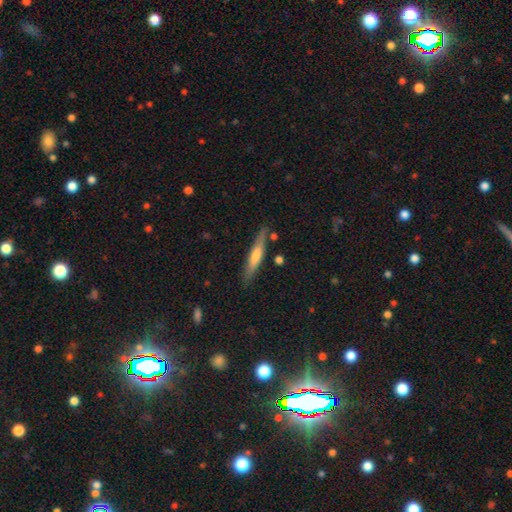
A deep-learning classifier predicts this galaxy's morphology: This appears to be a smooth galaxy with no disk features (51%) that is cigar-shaped (92%). Merging: none (84%).